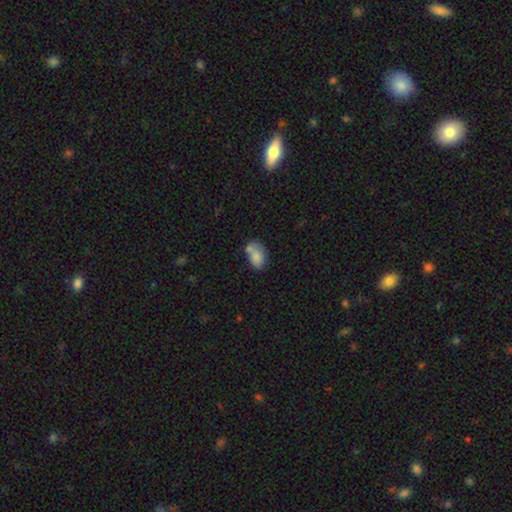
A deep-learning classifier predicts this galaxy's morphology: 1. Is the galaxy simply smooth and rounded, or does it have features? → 79% smooth, 13% featured or disk, 8% star or artifact.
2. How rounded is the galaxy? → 85% in between, 14% round, 1% cigar-shaped.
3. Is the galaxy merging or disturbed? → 39% none, 34% merger, 19% minor disturbance, 7% major disturbance.